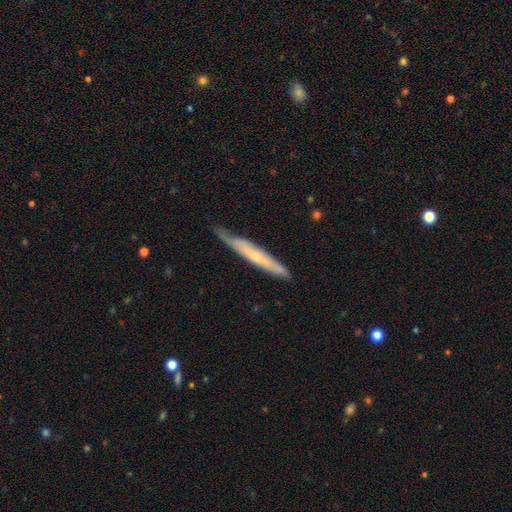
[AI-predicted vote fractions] This appears to be a featured or disk galaxy (61%) viewed edge-on (80%). Merging: none (67%).